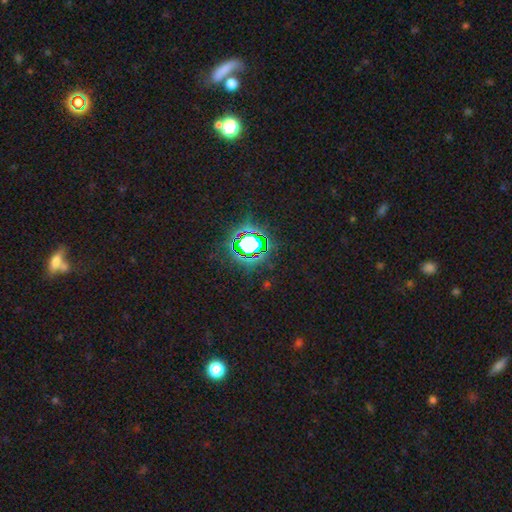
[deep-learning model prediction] star or artifact 82%, smooth 12%, featured or disk 7%.